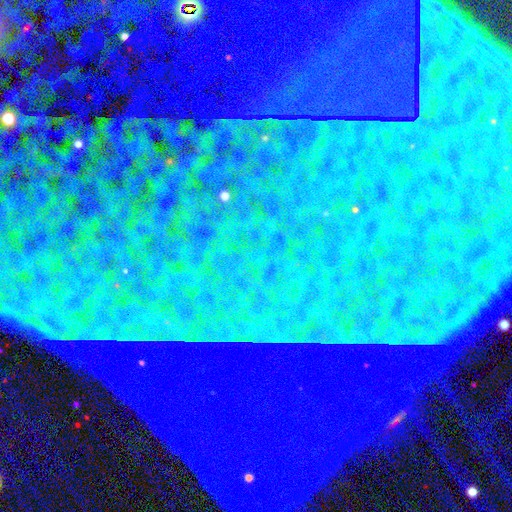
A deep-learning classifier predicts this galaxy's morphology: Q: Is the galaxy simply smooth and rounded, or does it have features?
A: star or artifact — 89%.